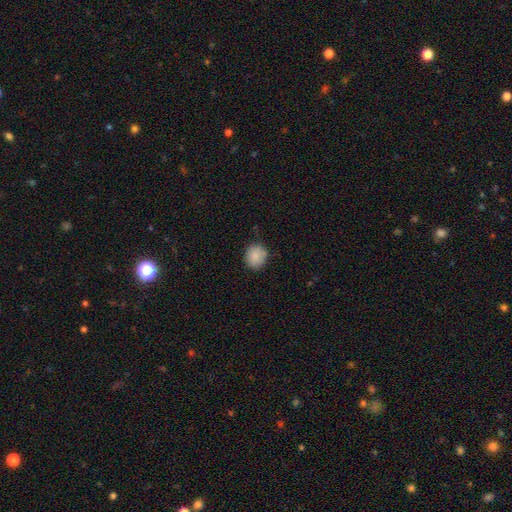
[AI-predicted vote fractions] A smooth galaxy with no disk features (87%) that is round (78%). Merging: none (82%).